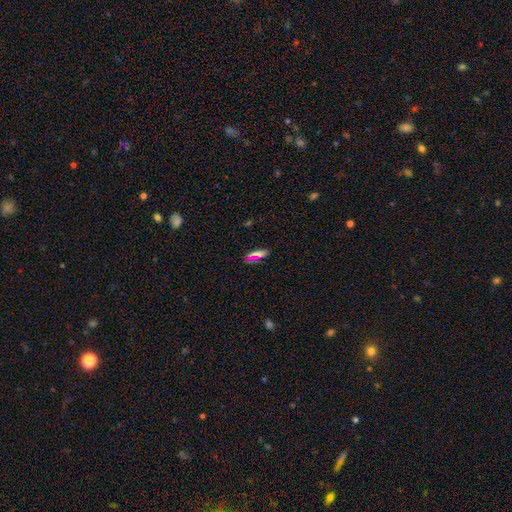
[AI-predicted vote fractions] Q: Smooth or featured?
A: smooth (67%); runner-up: star or artifact (20%)
Q: How rounded?
A: in between (59%); runner-up: cigar-shaped (36%)
Q: Merging?
A: none (81%); runner-up: minor disturbance (13%)